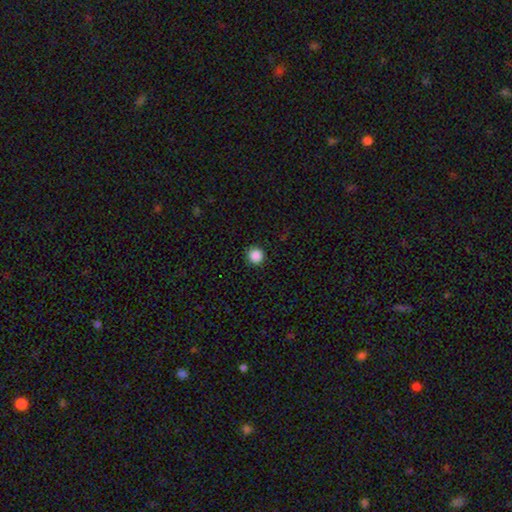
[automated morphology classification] Smooth or featured?
  - smooth: 88% *
  - star or artifact: 10%
  - featured or disk: 2%
How rounded?
  - round: 96% *
  - in between: 4%
  - cigar-shaped: 1%
Merging?
  - none: 92% *
  - minor disturbance: 5%
  - major disturbance: 2%
  - merger: 1%